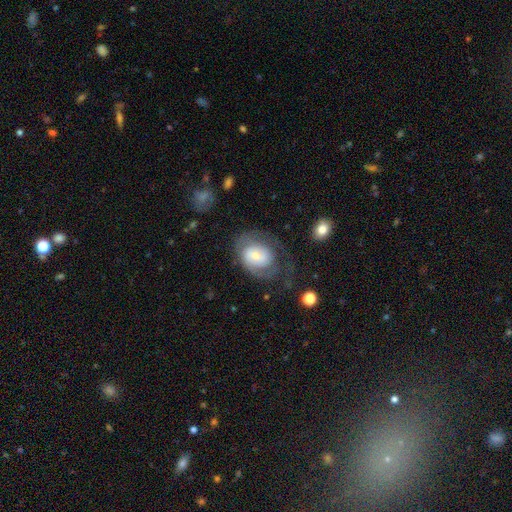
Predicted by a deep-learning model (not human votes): Smooth or featured: featured or disk — 51% (smooth — 42%)
Edge-on disk: no — 95% (yes — 5%)
Merging: none — 46% (major disturbance — 29%)